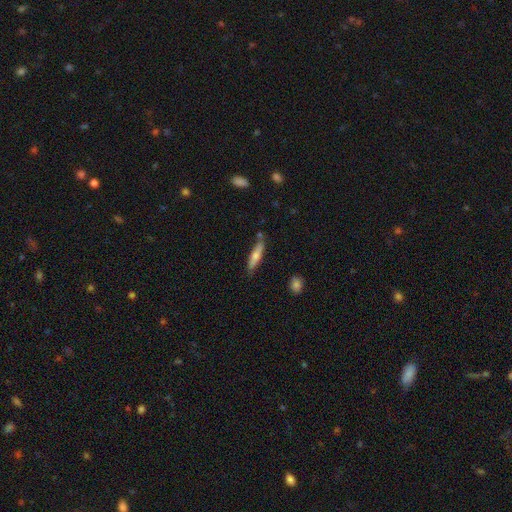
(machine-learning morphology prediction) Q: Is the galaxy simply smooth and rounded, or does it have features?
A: smooth — 62%.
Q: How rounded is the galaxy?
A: cigar-shaped — 81%.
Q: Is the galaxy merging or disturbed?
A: none — 76%.